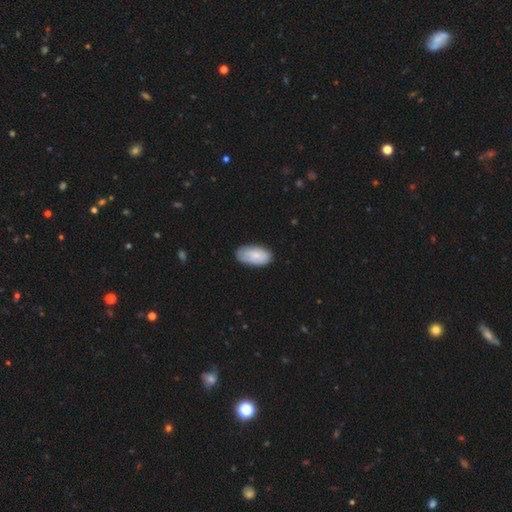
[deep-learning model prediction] This is likely a smooth galaxy (79%). How rounded: clearly in between (95%). Merging: likely none (76%).